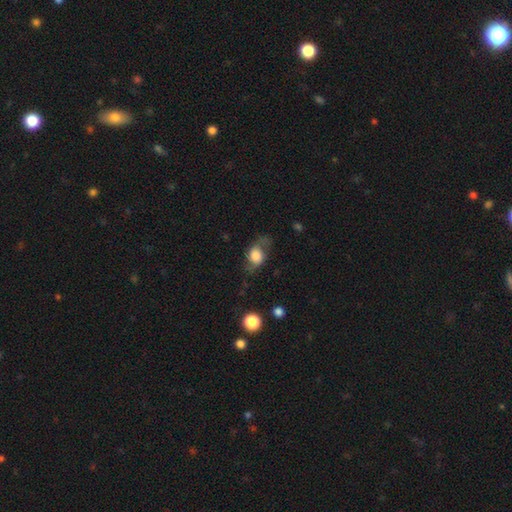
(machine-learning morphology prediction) Smooth or featured? Predicted: smooth (p=0.62). How rounded? Predicted: in between (p=0.60). Merging? Predicted: none (p=0.54).